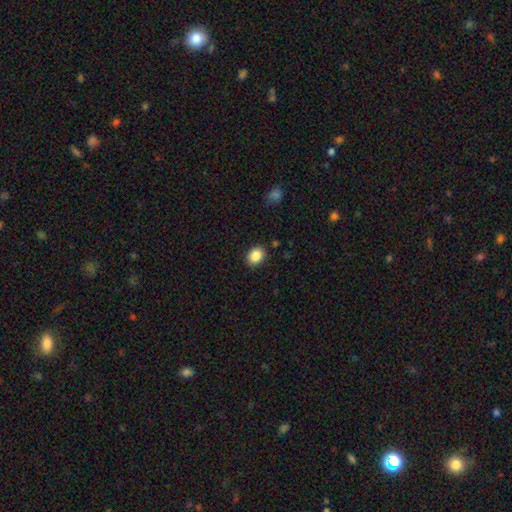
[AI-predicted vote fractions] Smooth or featured: smooth — 86% (star or artifact — 9%)
How rounded: in between — 60% (round — 39%)
Merging: none — 88% (minor disturbance — 8%)